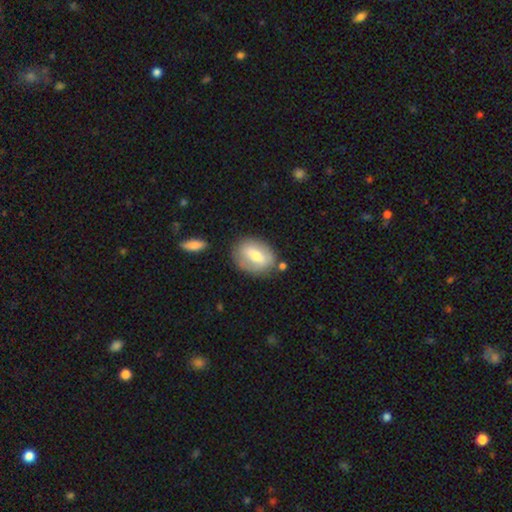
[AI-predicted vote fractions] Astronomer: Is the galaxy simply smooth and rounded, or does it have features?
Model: smooth — 56% (runner-up: featured or disk, 38%).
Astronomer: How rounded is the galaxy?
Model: in between — 74%.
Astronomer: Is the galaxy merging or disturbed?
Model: none — 74%.